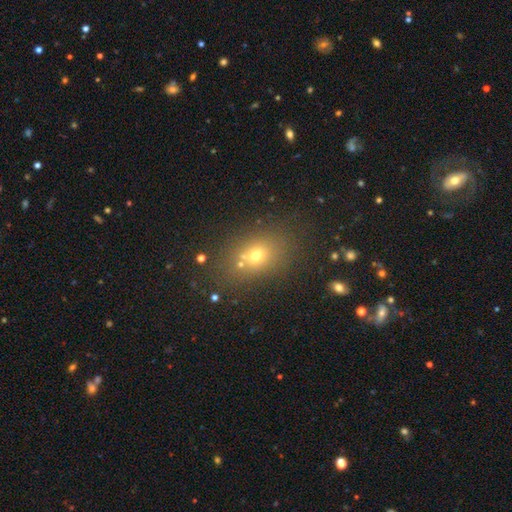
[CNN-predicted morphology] Smooth or featured?
  - smooth: 64% *
  - star or artifact: 20%
  - featured or disk: 16%
How rounded?
  - in between: 61% *
  - round: 37%
  - cigar-shaped: 2%
Merging?
  - none: 67% *
  - merger: 16%
  - minor disturbance: 12%
  - major disturbance: 5%